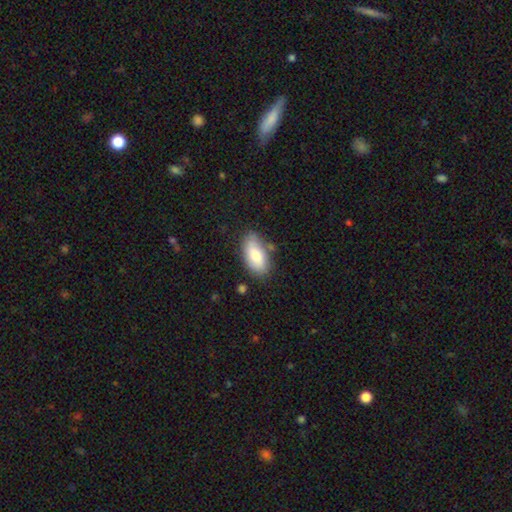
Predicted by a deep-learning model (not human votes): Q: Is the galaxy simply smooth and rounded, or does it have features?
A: smooth — 77%.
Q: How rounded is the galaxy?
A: in between — 92%.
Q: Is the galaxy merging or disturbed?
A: none — 70%.